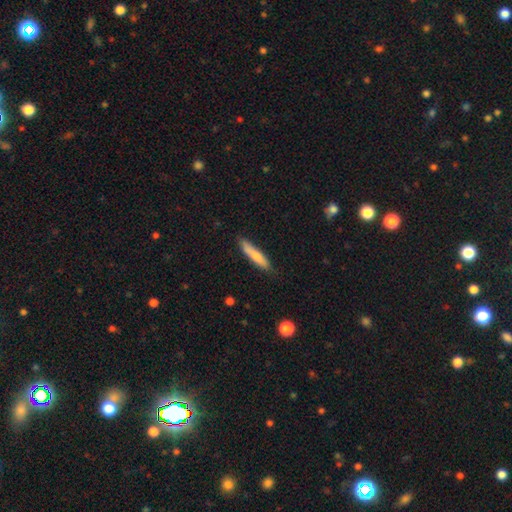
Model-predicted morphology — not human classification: smooth_or_featured: smooth (p=0.73) [alt: featured or disk p=0.22]
how_rounded: cigar-shaped (p=0.85) [alt: in between p=0.14]
merging: none (p=0.77) [alt: minor disturbance p=0.18]